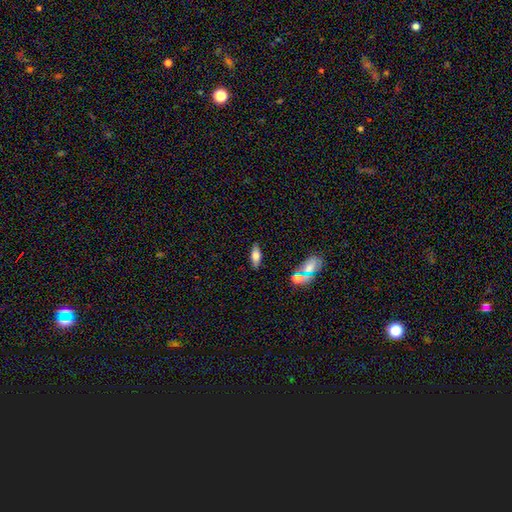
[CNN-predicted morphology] Q: Smooth or featured?
A: smooth (68%); runner-up: featured or disk (22%)
Q: How rounded?
A: in between (75%); runner-up: cigar-shaped (21%)
Q: Merging?
A: none (85%); runner-up: minor disturbance (10%)